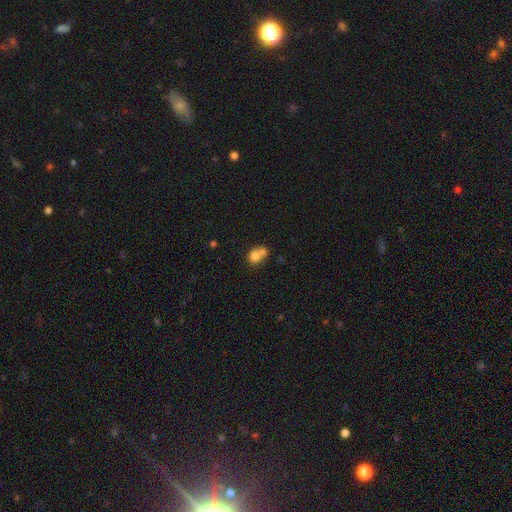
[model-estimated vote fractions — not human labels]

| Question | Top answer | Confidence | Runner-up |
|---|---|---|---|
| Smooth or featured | smooth | 75% | featured or disk (14%) |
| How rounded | round | 70% | in between (29%) |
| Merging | merger | 60% | none (30%) |